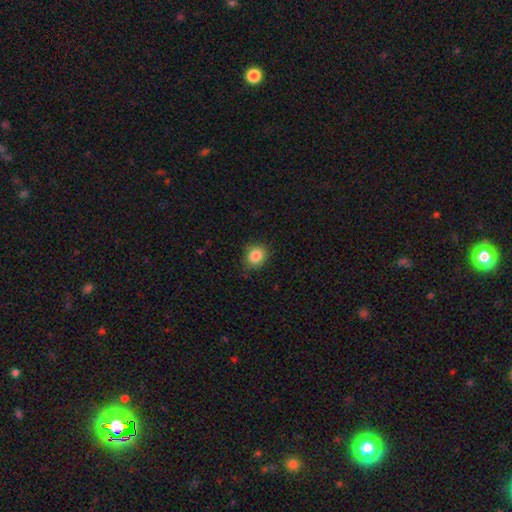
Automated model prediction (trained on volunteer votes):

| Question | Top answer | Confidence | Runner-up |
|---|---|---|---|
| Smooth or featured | smooth | 85% | star or artifact (9%) |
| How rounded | round | 68% | in between (31%) |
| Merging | none | 85% | minor disturbance (12%) |